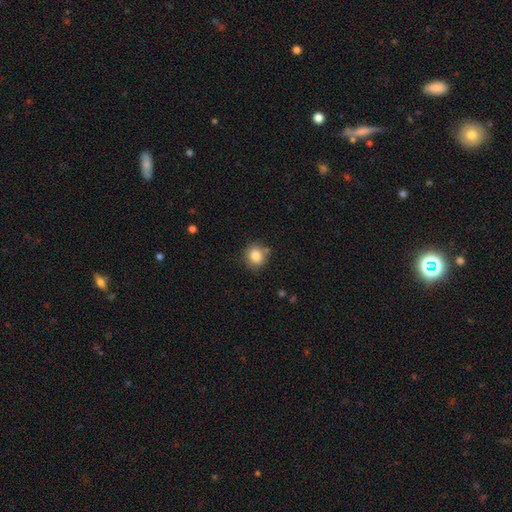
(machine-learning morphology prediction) Smooth or featured? Predicted: smooth (p=0.83). How rounded? Predicted: round (p=0.81). Merging? Predicted: none (p=0.77).